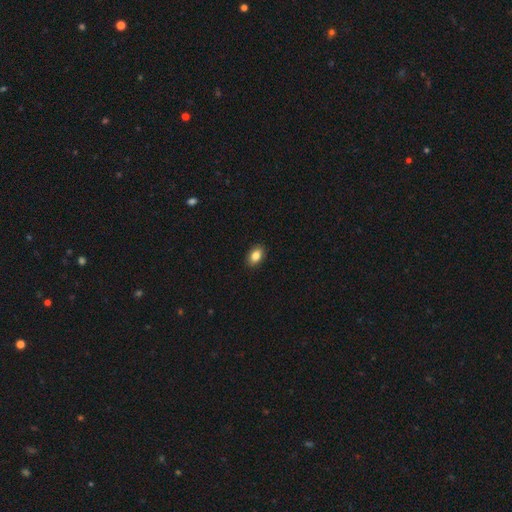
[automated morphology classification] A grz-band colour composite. It shows a smooth galaxy with no disk features (85%) that is in between round and cigar-shaped (85%). Merging: none (90%).